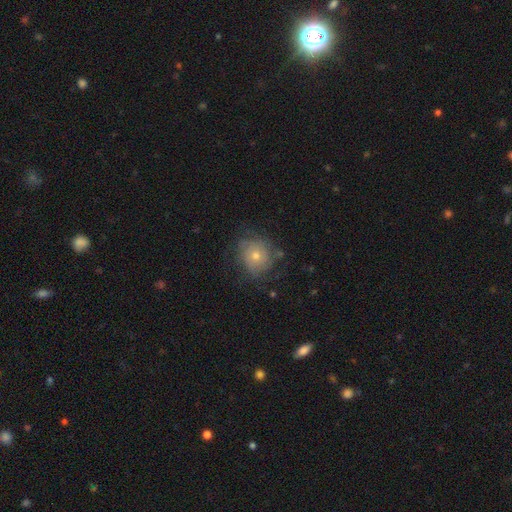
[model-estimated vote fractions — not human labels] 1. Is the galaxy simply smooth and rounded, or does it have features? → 46% smooth, 41% featured or disk, 13% star or artifact.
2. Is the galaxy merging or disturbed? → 68% none, 20% minor disturbance, 10% major disturbance, 2% merger.